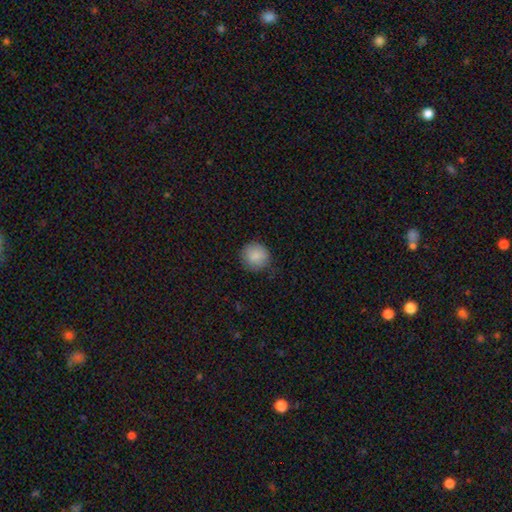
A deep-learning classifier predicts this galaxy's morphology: A smooth galaxy with no disk features (86%) that is round (93%).

Vote fractions:
- Smooth or featured? smooth: 86% / star or artifact: 8% / featured or disk: 6%
- How rounded? round: 93% / in between: 6% / cigar-shaped: 1%
- Merging? none: 80% / minor disturbance: 15% / major disturbance: 4% / merger: 1%